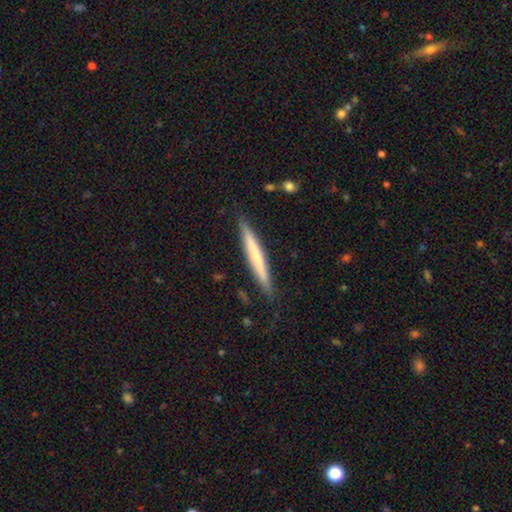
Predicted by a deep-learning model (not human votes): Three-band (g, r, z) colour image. It shows a smooth galaxy with no disk features (57%) that is cigar-shaped (96%). Merging: none (88%).